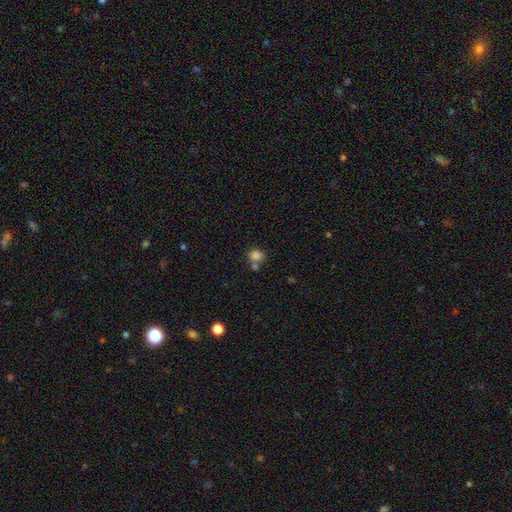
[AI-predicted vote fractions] A smooth galaxy with no disk features (82%) that is round (80%). Merging: none (58%).